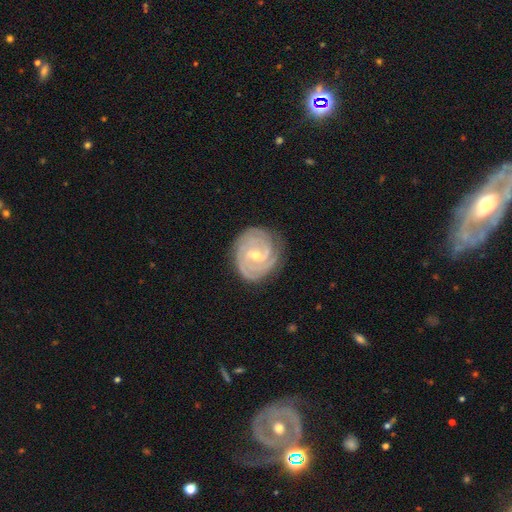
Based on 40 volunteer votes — Q: Smooth or featured?
A: featured or disk (95%); runner-up: star or artifact (5%)
Q: Edge-on disk?
A: no (95%); runner-up: yes (5%)
Q: Bar?
A: weak (42%); runner-up: no (39%)
Q: Spiral arms?
A: yes (100%)
Q: Spiral winding?
A: tight (94%); runner-up: medium (3%)
Q: Spiral arm count?
A: 3 (47%); runner-up: 2 (28%)
Q: Bulge size?
A: small (53%); runner-up: moderate (44%)
Q: Merging?
A: none (79%); runner-up: minor disturbance (18%)